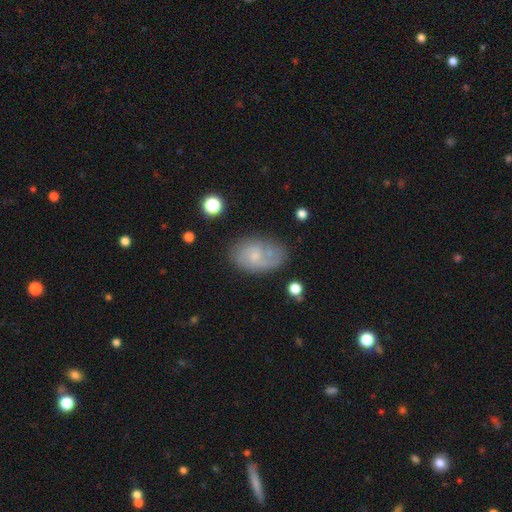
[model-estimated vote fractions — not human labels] This is possibly a featured or disk galaxy (46%). Merging: likely none (63%).